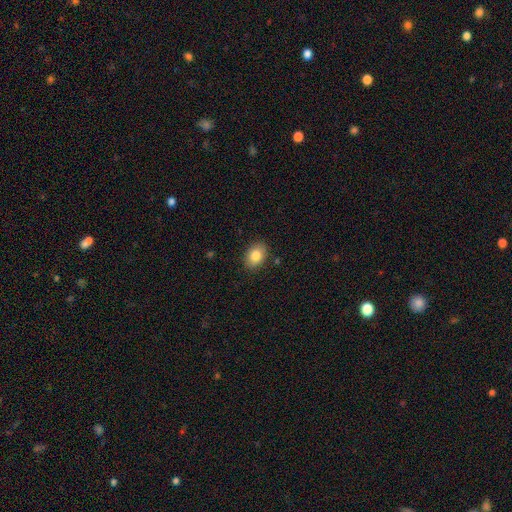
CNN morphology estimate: Overall: smooth (84%). How rounded: in between (76%). Merging: none (88%).